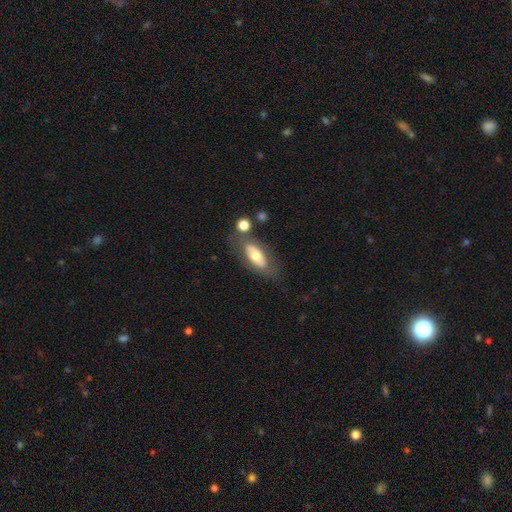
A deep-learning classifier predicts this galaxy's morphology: This appears to be a smooth galaxy with no disk features (58%) that is in between round and cigar-shaped (82%). Merging: none (67%).